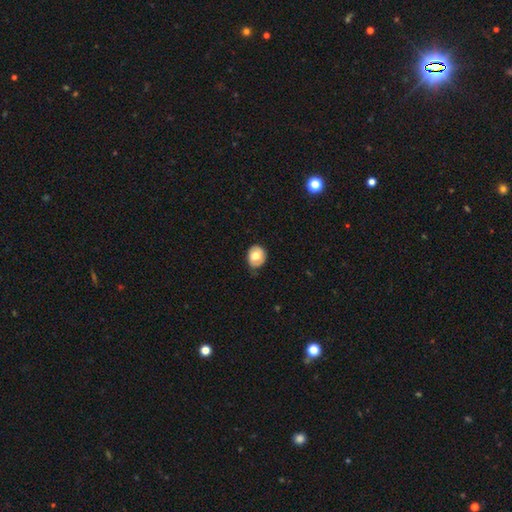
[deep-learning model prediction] smooth 66%, featured or disk 27%, star or artifact 8%. Down the decision tree: how rounded — round (58%); merging — none (64%).